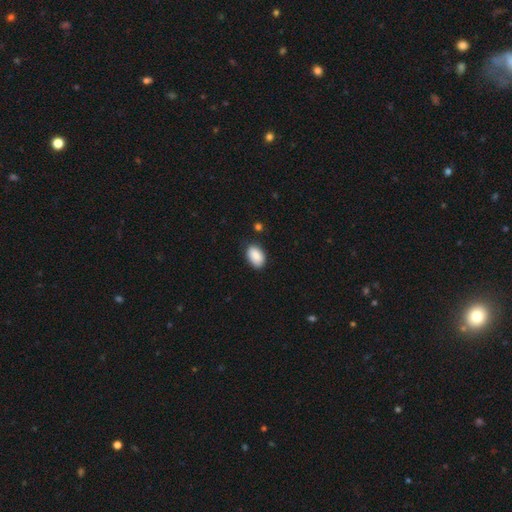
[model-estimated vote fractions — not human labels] This is clearly a smooth galaxy (89%). How rounded: clearly in between (92%). Merging: clearly none (82%).